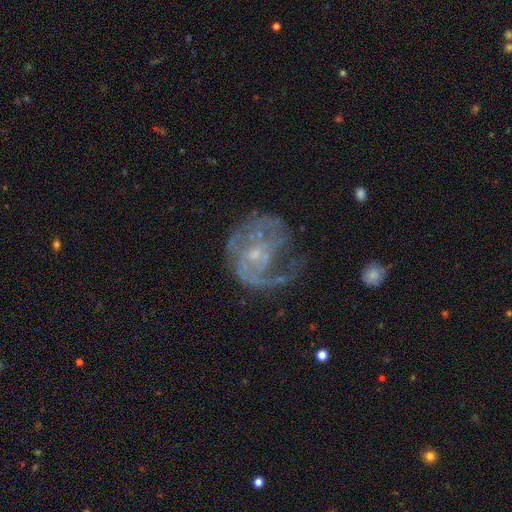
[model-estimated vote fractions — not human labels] This appears to be a featured or disk galaxy (77%) with no bar (71%), 1 (36%) medium (38%) spiral arms (77%) and a small central bulge (70%). Merging: major disturbance (41%).